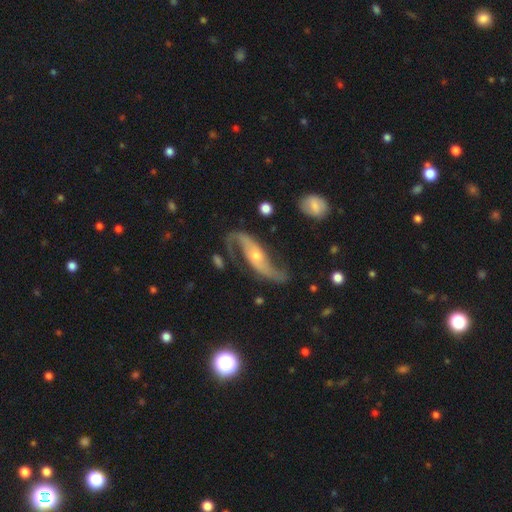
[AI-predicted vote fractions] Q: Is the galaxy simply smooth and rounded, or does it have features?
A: featured or disk — 89%.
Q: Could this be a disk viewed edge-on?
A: no — 91%.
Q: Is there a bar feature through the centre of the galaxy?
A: no — 54%.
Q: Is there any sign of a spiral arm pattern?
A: yes — 97%.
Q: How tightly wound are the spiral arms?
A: loose — 75%.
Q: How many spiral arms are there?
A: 2 — 93%.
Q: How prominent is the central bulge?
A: small — 56%.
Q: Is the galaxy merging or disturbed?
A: none — 68%.